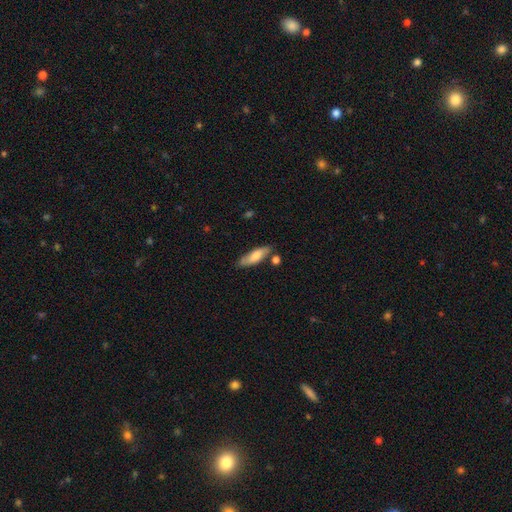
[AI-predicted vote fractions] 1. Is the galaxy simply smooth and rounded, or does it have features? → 71% smooth, 23% featured or disk, 6% star or artifact.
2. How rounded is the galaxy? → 51% in between, 47% cigar-shaped, 2% round.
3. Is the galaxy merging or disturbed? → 73% none, 16% minor disturbance, 7% merger, 3% major disturbance.